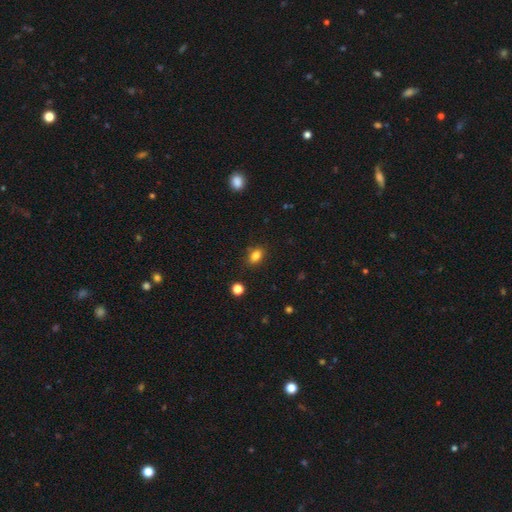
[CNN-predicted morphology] Smooth or featured? smooth (83%)
How rounded? in between (74%)
Merging? none (84%)